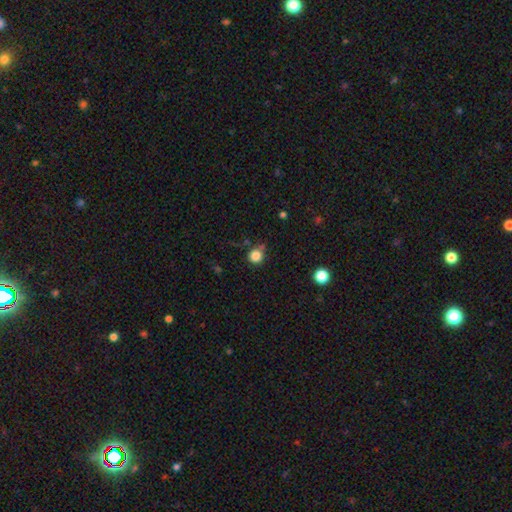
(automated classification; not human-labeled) A smooth galaxy with no disk features (84%) that is round (92%). Merging: none (74%).